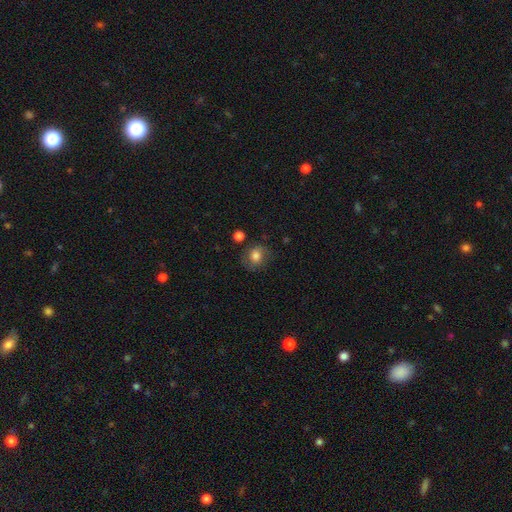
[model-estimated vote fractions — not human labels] A smooth galaxy with no disk features (77%) that is round (72%). Merging: none (73%).